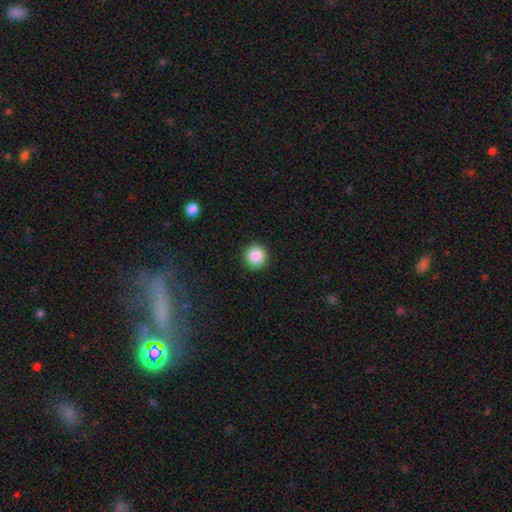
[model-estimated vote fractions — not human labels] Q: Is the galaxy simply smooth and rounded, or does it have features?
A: smooth — 87%.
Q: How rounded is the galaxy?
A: round — 95%.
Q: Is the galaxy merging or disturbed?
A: none — 92%.